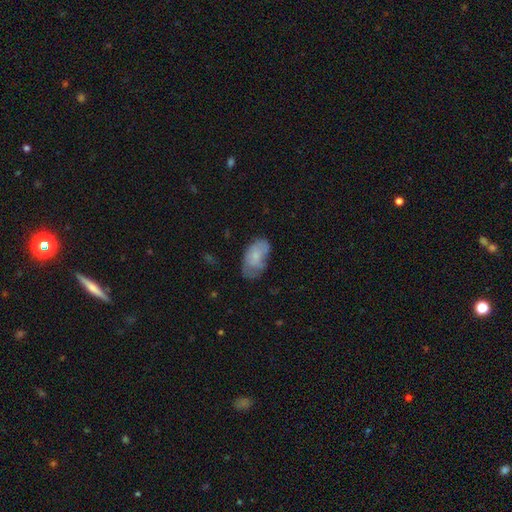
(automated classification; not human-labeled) Overall: smooth (68%). How rounded: in between (93%). Merging: none (48%; minor disturbance 35%).